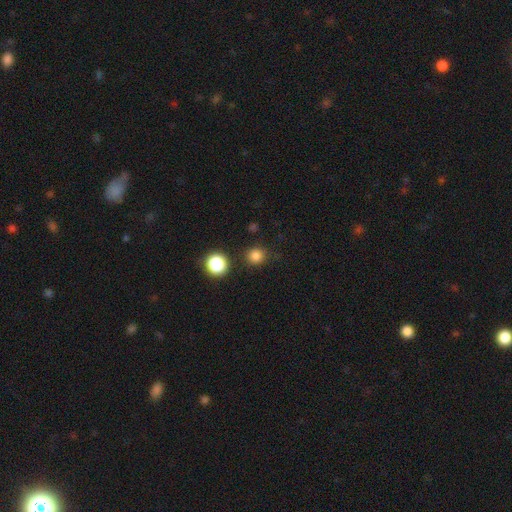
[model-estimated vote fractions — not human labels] Smooth or featured? Predicted: smooth (p=0.81). How rounded? Predicted: round (p=0.92). Merging? Predicted: none (p=0.86).